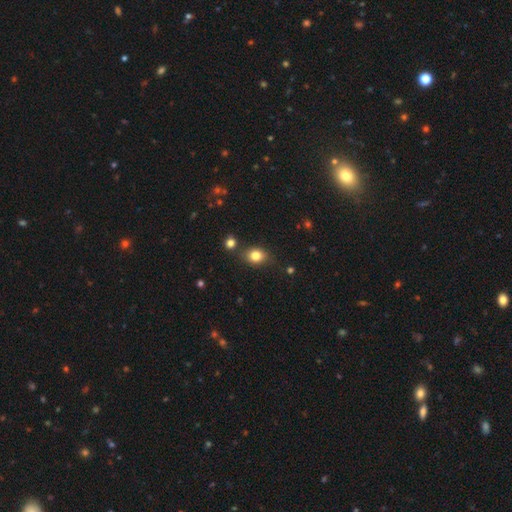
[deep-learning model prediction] smooth-or-featured: smooth: 81% | star or artifact: 12% | featured or disk: 8%
  how-rounded: in between: 49% (tied) | round: 49% (tied) | cigar-shaped: 1%
  merging: none: 76% | minor disturbance: 14% | merger: 6% | major disturbance: 4%